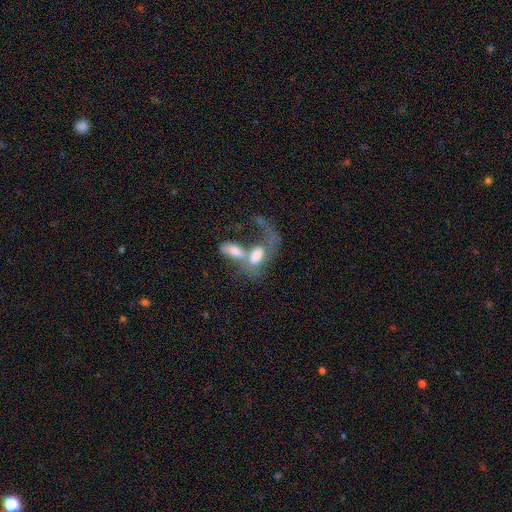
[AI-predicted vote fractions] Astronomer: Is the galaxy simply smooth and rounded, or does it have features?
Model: smooth — 51% (runner-up: featured or disk, 40%).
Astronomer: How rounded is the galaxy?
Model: in between — 84%.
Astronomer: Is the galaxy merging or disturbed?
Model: merger — 70%.